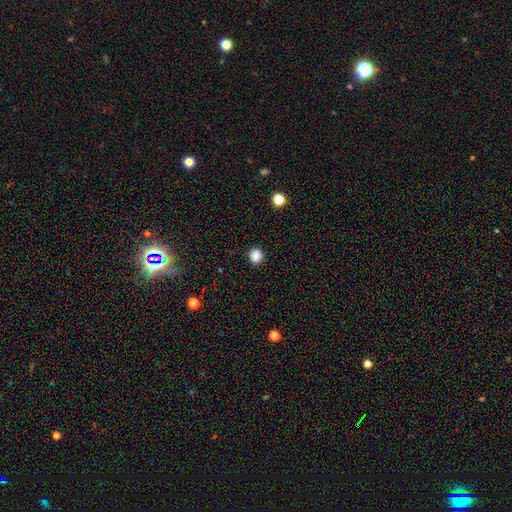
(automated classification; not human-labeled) The model was most divided on "how rounded": round: 77%, in between: 22%, cigar-shaped: 1%. More confident: merging — none (88%); smooth or featured — smooth (86%).